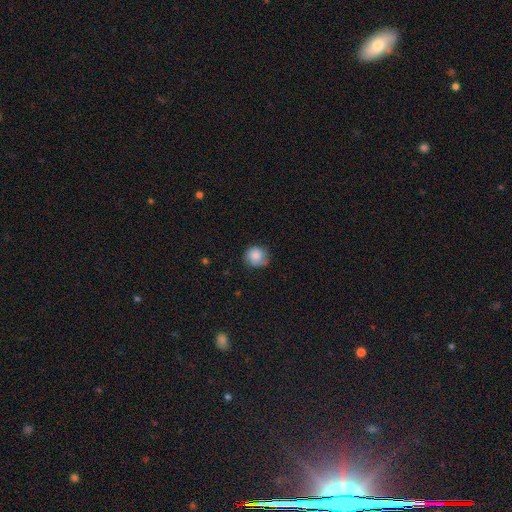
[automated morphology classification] The model was most divided on "merging": none: 68%, minor disturbance: 25%, major disturbance: 6%, merger: 1%. More confident: how rounded — round (86%); smooth or featured — smooth (81%).